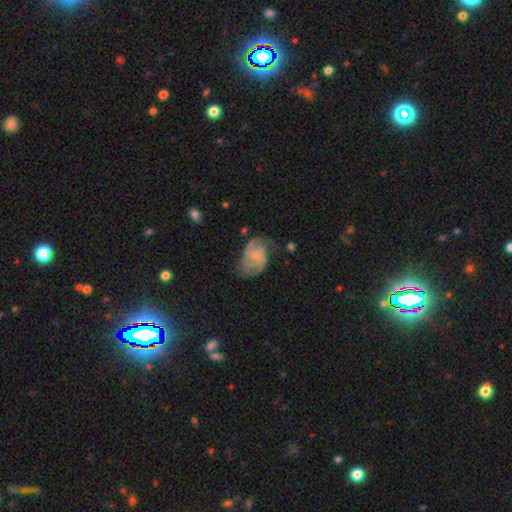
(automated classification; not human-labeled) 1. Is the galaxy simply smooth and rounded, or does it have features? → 69% featured or disk, 24% smooth, 7% star or artifact.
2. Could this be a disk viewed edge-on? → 98% no, 2% yes.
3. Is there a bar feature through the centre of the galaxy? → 61% no, 34% weak, 6% strong.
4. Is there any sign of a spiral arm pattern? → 87% yes, 13% no.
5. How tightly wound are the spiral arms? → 46% medium, 30% loose, 24% tight.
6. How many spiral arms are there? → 71% 2, 14% can't tell, 6% 1, 5% 3, 2% 4, 2% more than 4.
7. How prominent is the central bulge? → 61% small, 18% moderate, 17% none, 2% large, 1% dominant.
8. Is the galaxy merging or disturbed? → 42% none, 29% minor disturbance, 26% major disturbance, 3% merger.